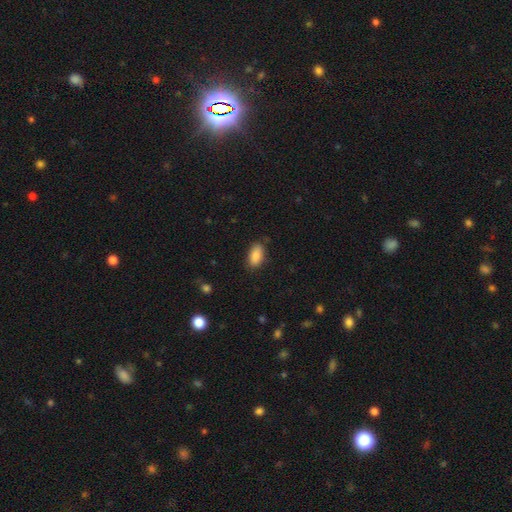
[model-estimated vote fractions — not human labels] Smooth or featured? Predicted: smooth (p=0.88). How rounded? Predicted: in between (p=0.92). Merging? Predicted: none (p=0.82).